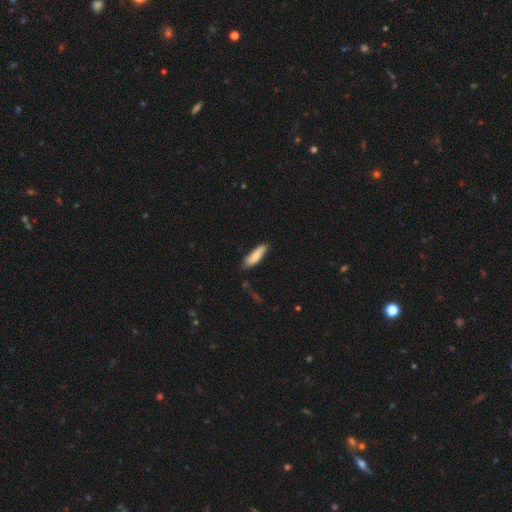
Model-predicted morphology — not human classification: This appears to be a smooth galaxy with no disk features (78%) that is cigar-shaped (58%). Merging: none (75%).